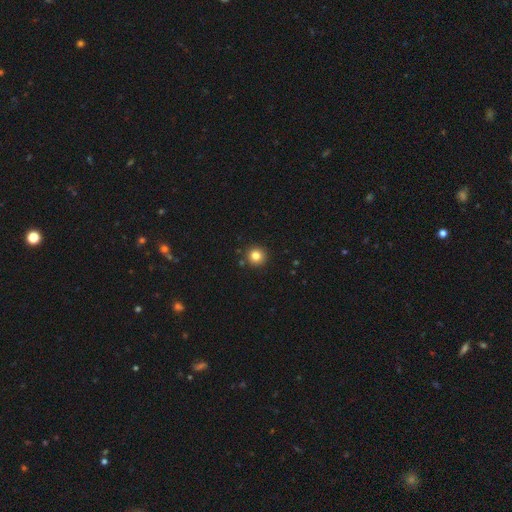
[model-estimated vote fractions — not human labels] smooth-or-featured: smooth: 81% | star or artifact: 12% | featured or disk: 6%
  how-rounded: round: 94% | in between: 5% | cigar-shaped: 1%
  merging: none: 89% | minor disturbance: 6% | merger: 3% | major disturbance: 2%